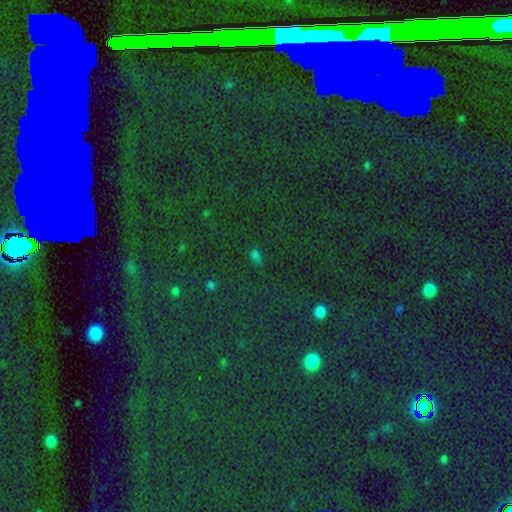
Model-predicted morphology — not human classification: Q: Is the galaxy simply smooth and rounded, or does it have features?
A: star or artifact — 59%.